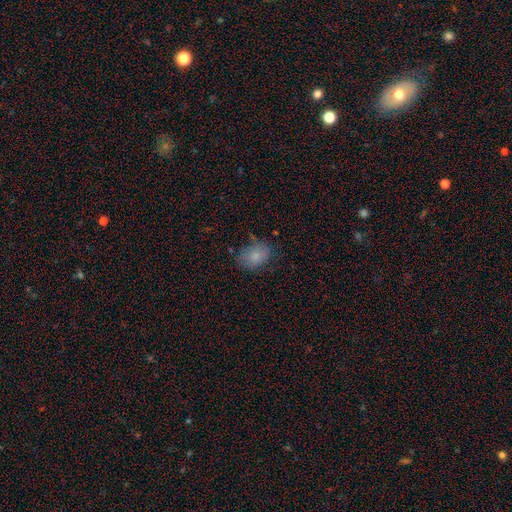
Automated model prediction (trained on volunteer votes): A smooth galaxy with no disk features (83%) that is in between round and cigar-shaped (75%).

Vote fractions:
- Smooth or featured? smooth: 83% / featured or disk: 9% / star or artifact: 8%
- How rounded? in between: 75% / round: 24% / cigar-shaped: 1%
- Merging? none: 69% / minor disturbance: 23% / major disturbance: 6% / merger: 2%